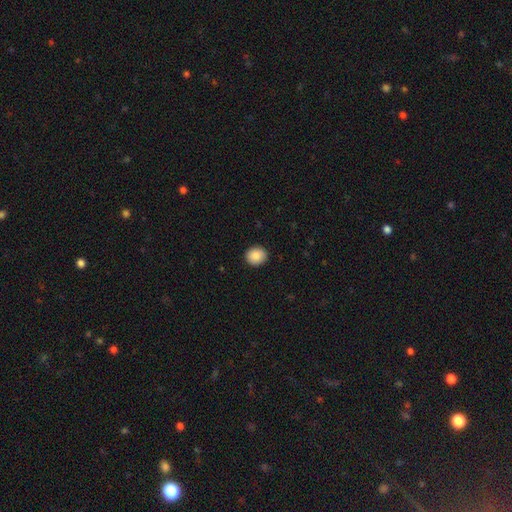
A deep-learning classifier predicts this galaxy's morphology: This appears to be a smooth galaxy with no disk features (88%) that is round (72%). Merging: none (91%).